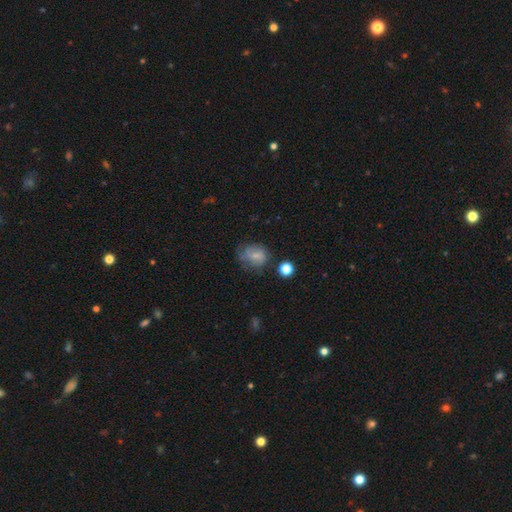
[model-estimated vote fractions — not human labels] Smooth or featured?
  - smooth: 58% *
  - featured or disk: 31%
  - star or artifact: 11%
How rounded?
  - round: 55% *
  - in between: 44%
  - cigar-shaped: 1%
Merging?
  - none: 50% *
  - minor disturbance: 28%
  - major disturbance: 18%
  - merger: 4%